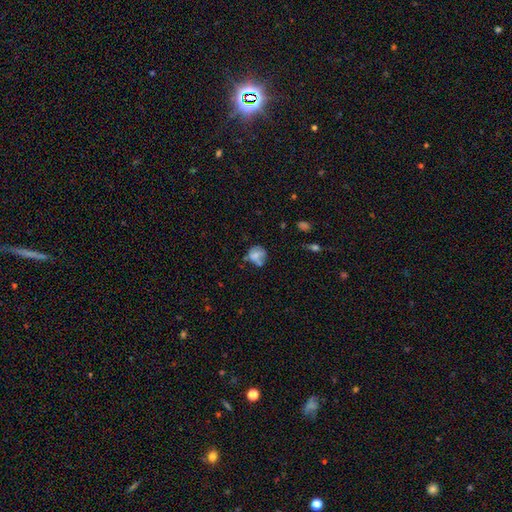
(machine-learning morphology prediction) The model was most divided on "merging": none: 40%, minor disturbance: 27%, merger: 17%, major disturbance: 16%. More confident: how rounded — round (68%); smooth or featured — smooth (62%).